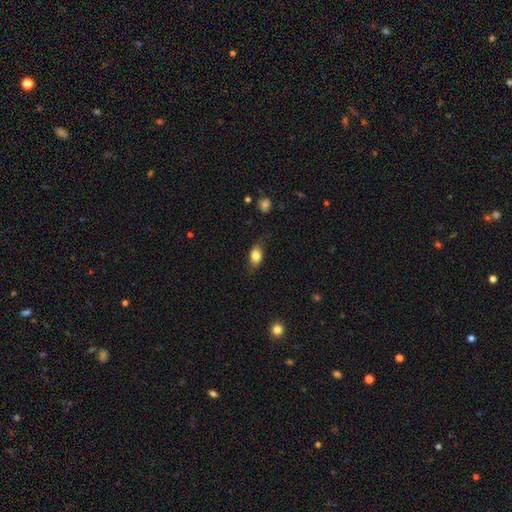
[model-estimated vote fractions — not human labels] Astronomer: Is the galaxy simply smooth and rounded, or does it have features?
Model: smooth — 77%.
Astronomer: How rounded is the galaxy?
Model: in between — 83%.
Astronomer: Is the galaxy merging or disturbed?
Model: none — 67%.